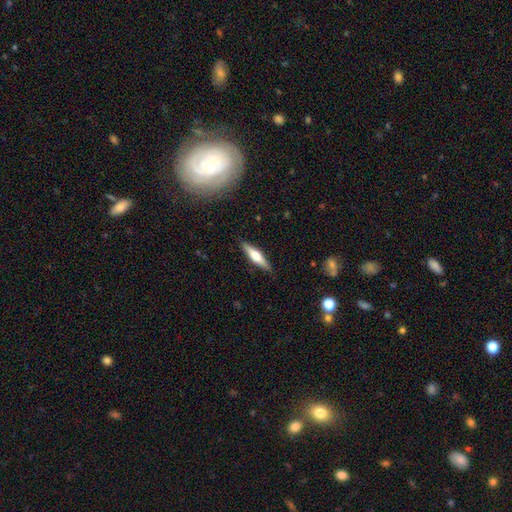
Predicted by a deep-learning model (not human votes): A featured or disk galaxy (52%) viewed edge-on (94%).

Vote fractions:
- Smooth or featured? featured or disk: 52% / smooth: 43% / star or artifact: 6%
- Edge-on disk? yes: 94% / no: 6%
- Merging? none: 89% / minor disturbance: 8% / major disturbance: 2% / merger: 1%